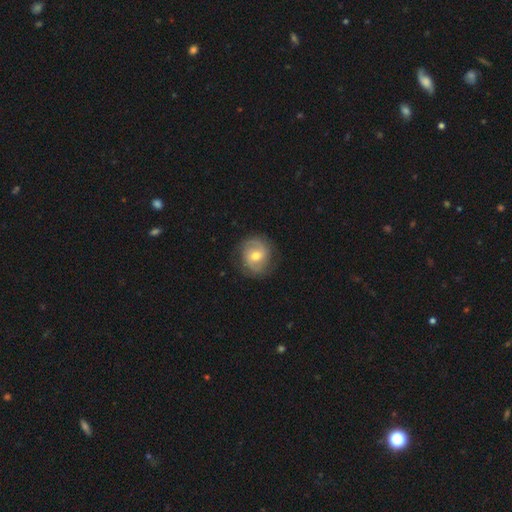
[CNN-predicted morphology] This appears to be a featured or disk galaxy (63%) with a weak bar (46%), spiral arms (81%) and a moderate central bulge (72%). Merging: none (79%).